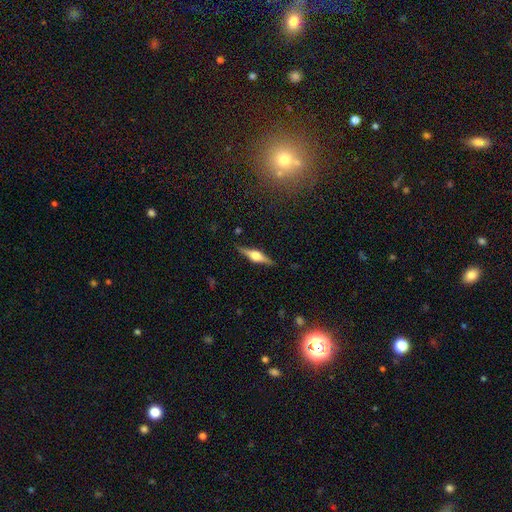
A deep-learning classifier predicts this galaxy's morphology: type=featured or disk (75%); edge-on=yes (98%); edge-on bulge=rounded (91%); merging=none (89%).